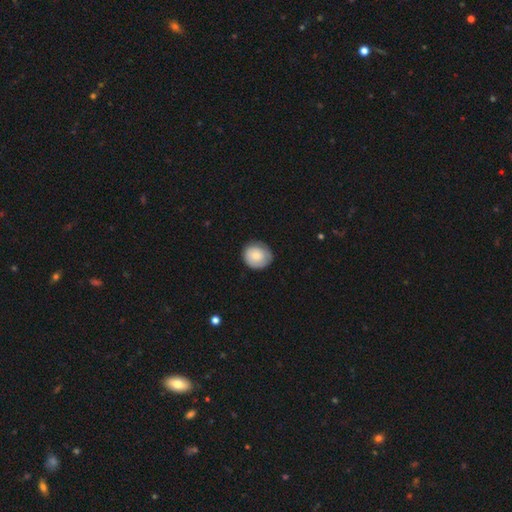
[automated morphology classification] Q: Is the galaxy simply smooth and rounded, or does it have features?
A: smooth — 76%.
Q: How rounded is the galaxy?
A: round — 86%.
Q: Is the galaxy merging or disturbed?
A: none — 79%.